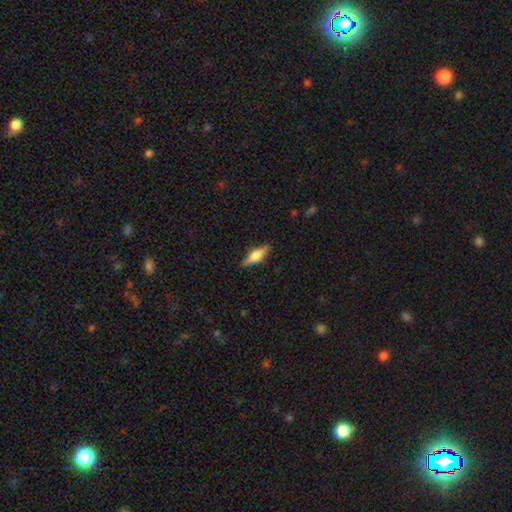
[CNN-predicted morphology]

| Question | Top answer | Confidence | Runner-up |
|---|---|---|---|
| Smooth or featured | featured or disk | 48% | smooth (45%) |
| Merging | none | 87% | minor disturbance (10%) |